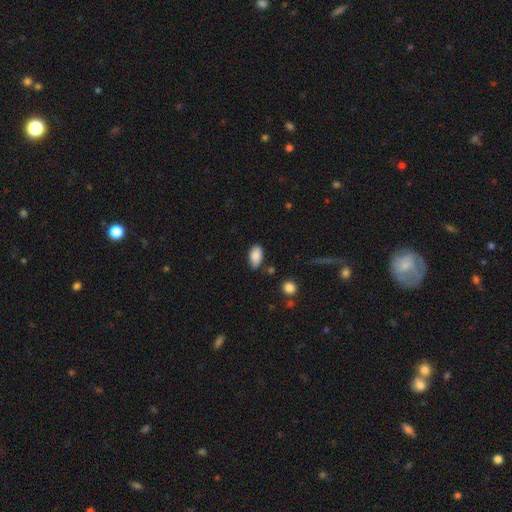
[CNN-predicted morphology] smooth_or_featured: smooth (p=0.87) [alt: star or artifact p=0.07]
how_rounded: in between (p=0.93) [alt: round p=0.05]
merging: none (p=0.69) [alt: minor disturbance p=0.23]